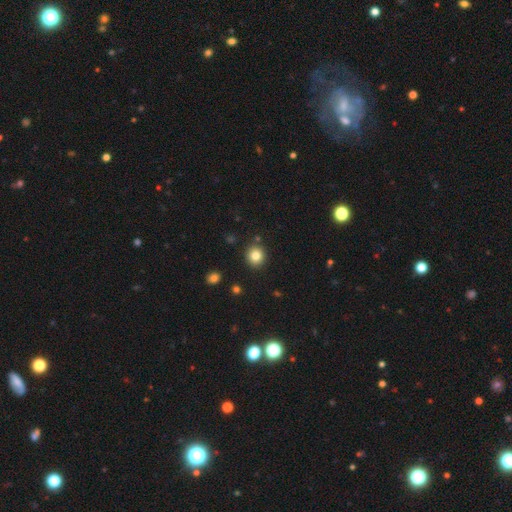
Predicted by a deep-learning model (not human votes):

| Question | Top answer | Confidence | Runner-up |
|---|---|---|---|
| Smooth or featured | smooth | 82% | star or artifact (11%) |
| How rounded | round | 89% | in between (10%) |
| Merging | none | 88% | minor disturbance (7%) |